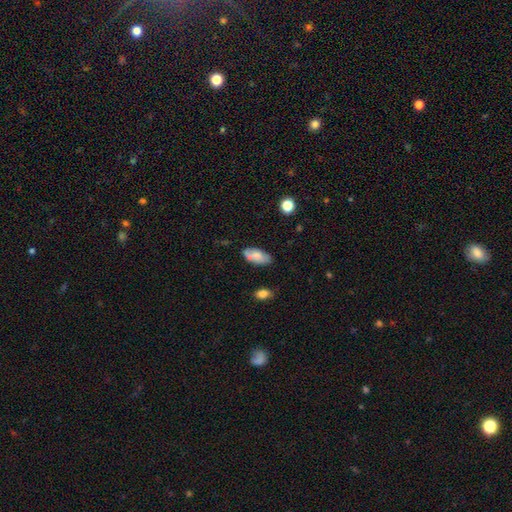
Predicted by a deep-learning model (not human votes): Smooth or featured: smooth — 75% (featured or disk — 18%)
How rounded: in between — 92% (cigar-shaped — 5%)
Merging: none — 74% (minor disturbance — 20%)